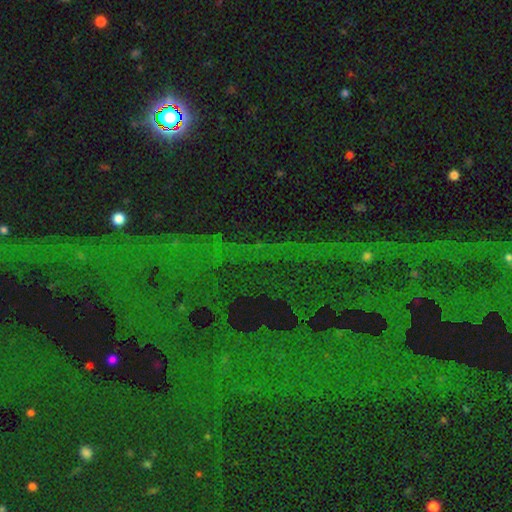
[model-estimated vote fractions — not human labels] A star or artifact, not a galaxy (82%).

Vote fractions:
- Smooth or featured? star or artifact: 82% / featured or disk: 10% / smooth: 8%